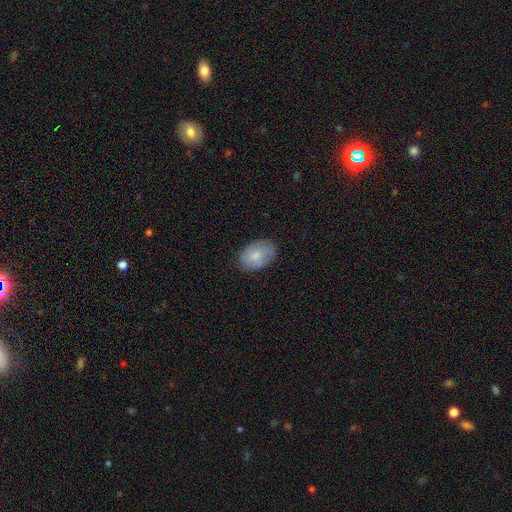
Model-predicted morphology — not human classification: Overall: smooth (79%). How rounded: in between (85%). Merging: none (77%).